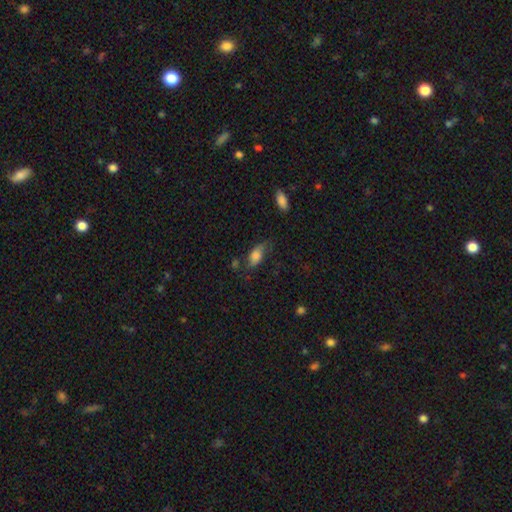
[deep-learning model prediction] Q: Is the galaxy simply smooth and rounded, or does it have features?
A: smooth — 73%.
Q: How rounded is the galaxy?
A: in between — 88%.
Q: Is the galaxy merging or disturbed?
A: none — 46%.